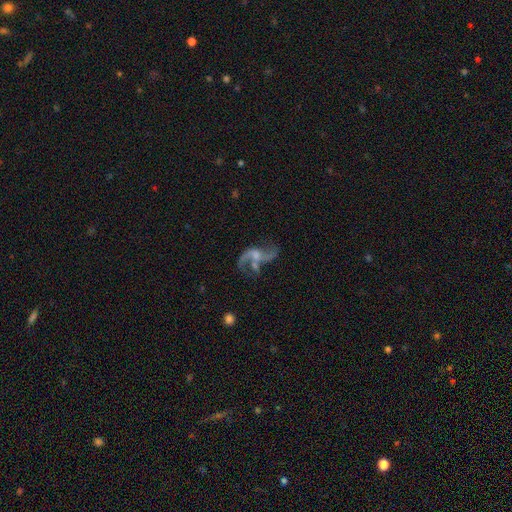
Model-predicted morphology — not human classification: featured or disk 84%, star or artifact 8%, smooth 8%. Down the decision tree: edge-on disk — no (97%); bar — no (53%); spiral arms — yes (92%); spiral arm count — 2 (87%); spiral winding — loose (81%); bulge size — small (41%); merging — none (53%).